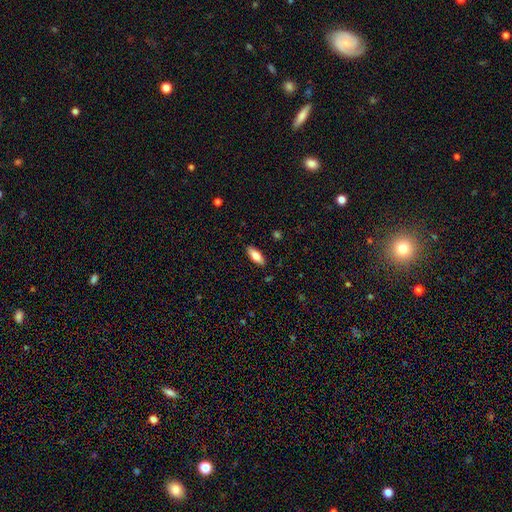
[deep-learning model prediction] A smooth galaxy with no disk features (77%) that is in between round and cigar-shaped (75%). Merging: none (88%).